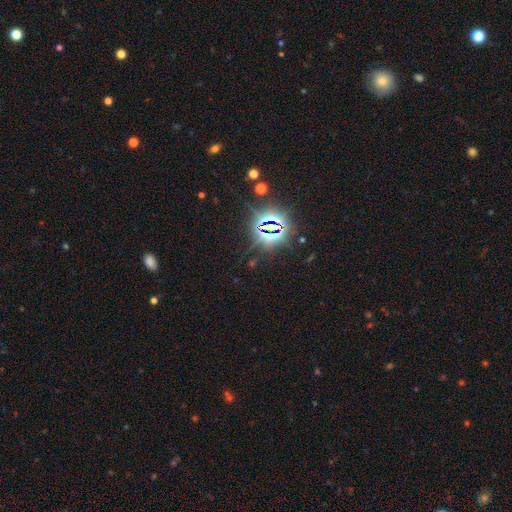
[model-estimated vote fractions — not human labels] Smooth or featured? star or artifact (83%)